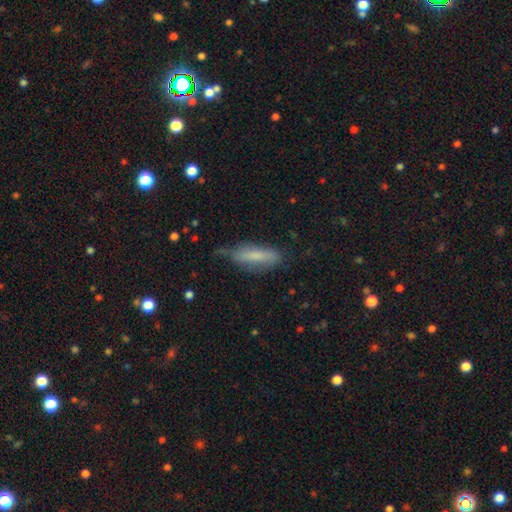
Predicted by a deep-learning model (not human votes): Overall: smooth (67%). How rounded: cigar-shaped (59%; in between 39%). Merging: none (61%; minor disturbance 29%).